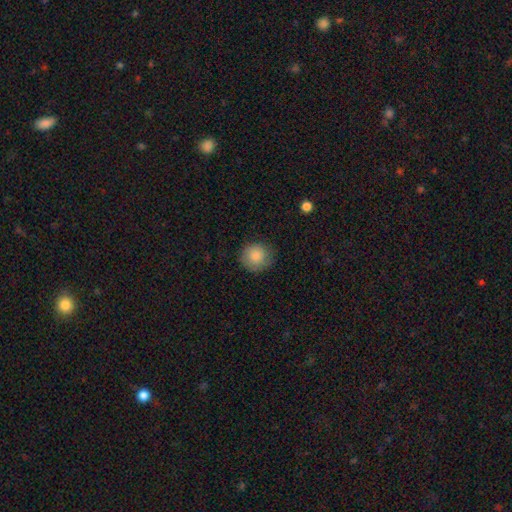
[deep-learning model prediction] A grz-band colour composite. It shows a smooth galaxy with no disk features (85%) that is round (92%). Merging: none (79%).